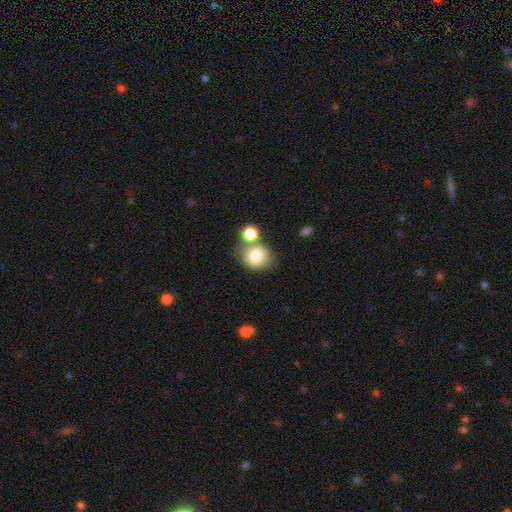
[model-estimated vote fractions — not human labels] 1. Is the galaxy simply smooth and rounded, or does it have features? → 78% smooth, 13% featured or disk, 9% star or artifact.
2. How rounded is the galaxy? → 59% round, 40% in between, 1% cigar-shaped.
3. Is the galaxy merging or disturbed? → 52% none, 29% merger, 14% minor disturbance, 5% major disturbance.